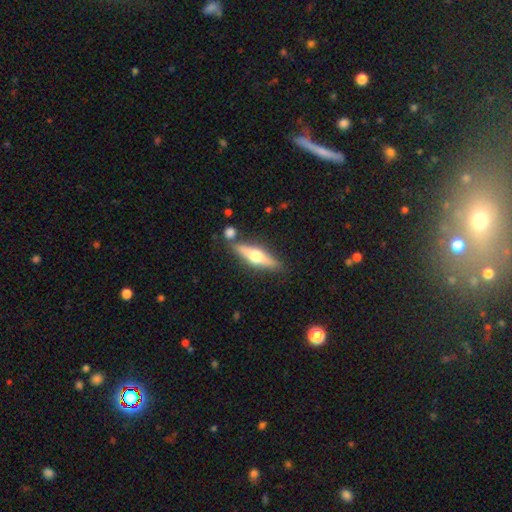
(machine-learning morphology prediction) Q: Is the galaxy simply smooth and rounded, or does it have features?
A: featured or disk — 62%.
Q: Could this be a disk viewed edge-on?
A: yes — 94%.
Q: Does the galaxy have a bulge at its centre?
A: rounded — 94%.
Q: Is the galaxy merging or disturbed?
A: none — 78%.